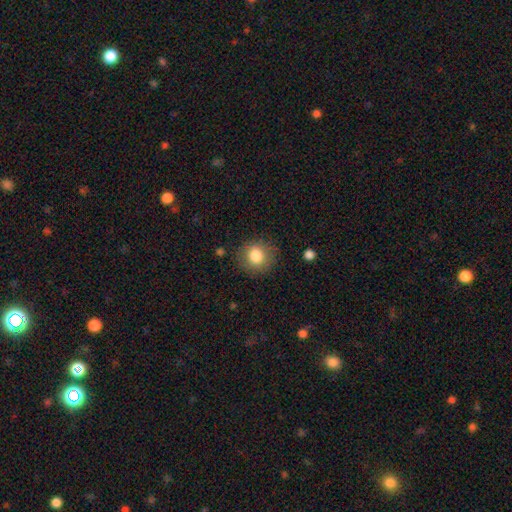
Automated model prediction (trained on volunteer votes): This is clearly a smooth galaxy (83%). How rounded: clearly round (88%). Merging: clearly none (84%).